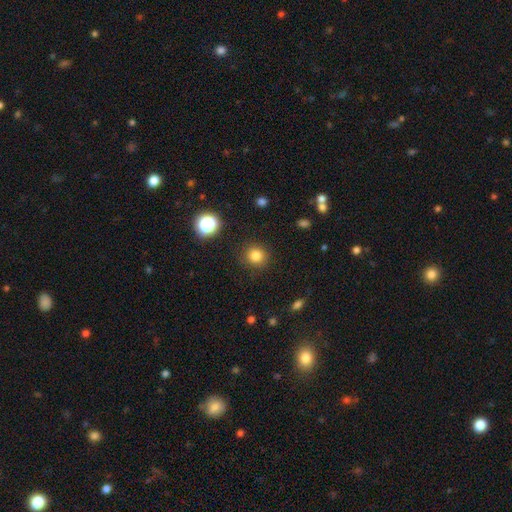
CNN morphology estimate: smooth_or_featured: smooth (p=0.81) [alt: star or artifact p=0.13]
how_rounded: round (p=0.92) [alt: in between p=0.07]
merging: none (p=0.89) [alt: minor disturbance p=0.07]